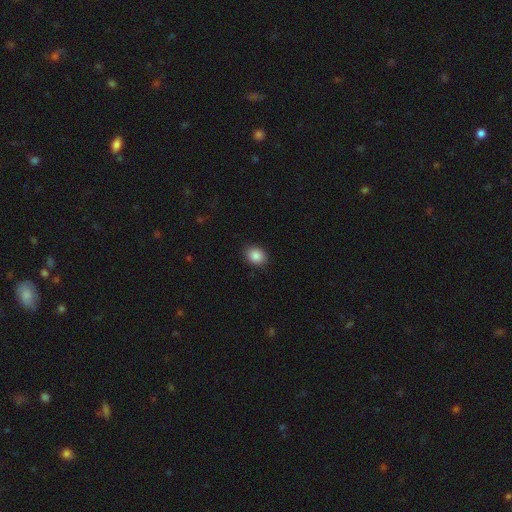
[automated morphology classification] Smooth or featured: smooth — 87% (star or artifact — 9%)
How rounded: in between — 54% (round — 45%)
Merging: none — 88% (minor disturbance — 8%)